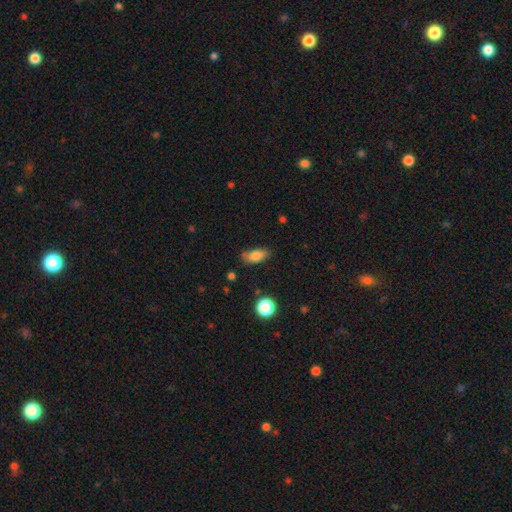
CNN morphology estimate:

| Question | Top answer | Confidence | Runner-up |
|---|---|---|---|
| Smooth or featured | smooth | 81% | featured or disk (11%) |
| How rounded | in between | 85% | cigar-shaped (10%) |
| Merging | none | 75% | minor disturbance (19%) |